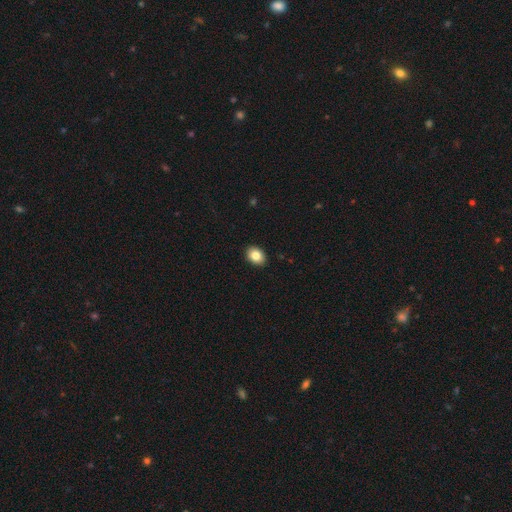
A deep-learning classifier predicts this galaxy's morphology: smooth_or_featured: smooth (p=0.84) [alt: star or artifact p=0.08]
how_rounded: in between (p=0.68) [alt: round p=0.31]
merging: none (p=0.91) [alt: minor disturbance p=0.07]